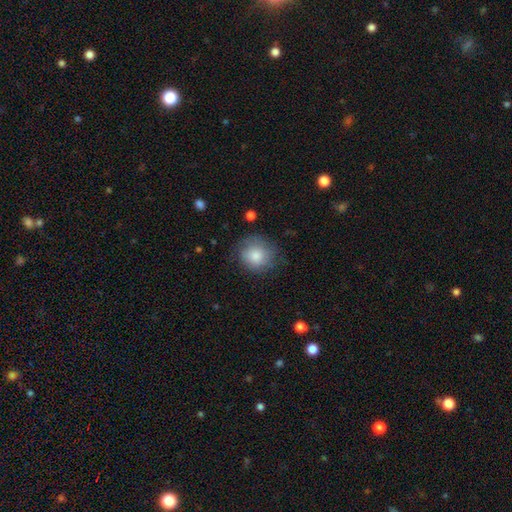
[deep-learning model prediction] Morphology: type=smooth (81%); roundness=round (85%); merging=none (71%).